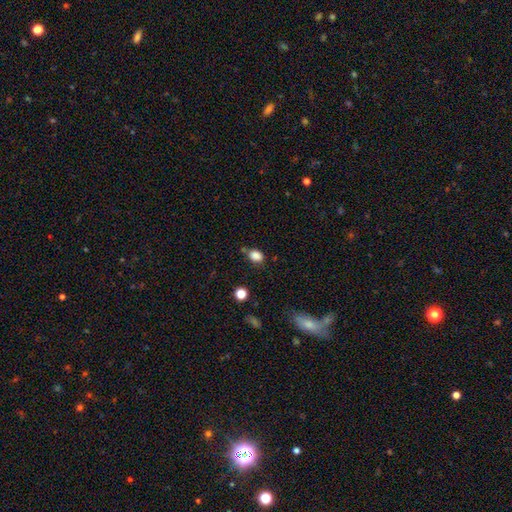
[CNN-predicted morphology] A smooth galaxy with no disk features (85%) that is in between round and cigar-shaped (69%).

Vote fractions:
- Smooth or featured? smooth: 85% / star or artifact: 11% / featured or disk: 4%
- How rounded? in between: 69% / round: 29% / cigar-shaped: 1%
- Merging? none: 66% / minor disturbance: 21% / merger: 8% / major disturbance: 5%